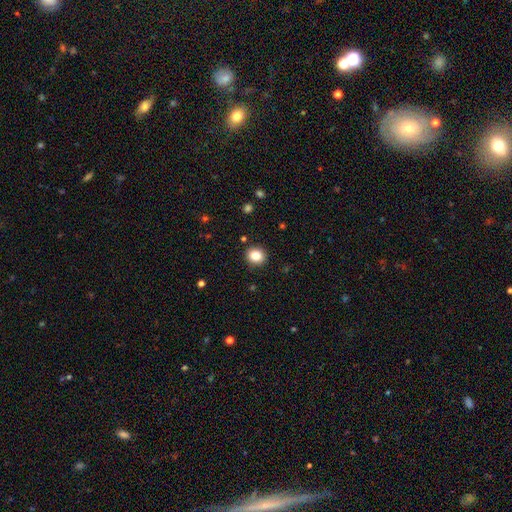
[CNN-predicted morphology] smooth-or-featured: smooth: 83% | star or artifact: 11% | featured or disk: 6%
  how-rounded: round: 81% | in between: 18% | cigar-shaped: 1%
  merging: none: 91% | minor disturbance: 6% | major disturbance: 2% | merger: 1%